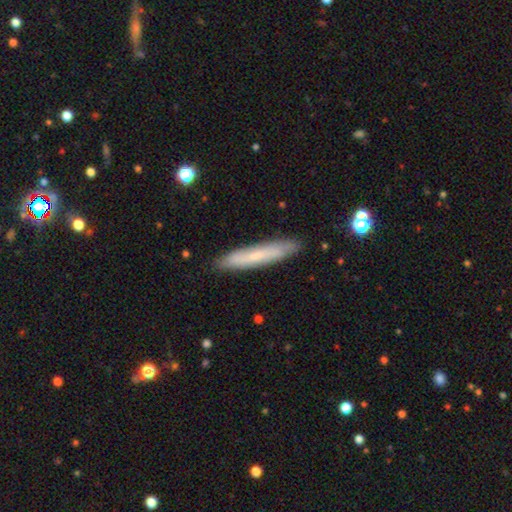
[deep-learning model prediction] Smooth or featured? smooth (61%)
How rounded? cigar-shaped (93%)
Merging? none (89%)